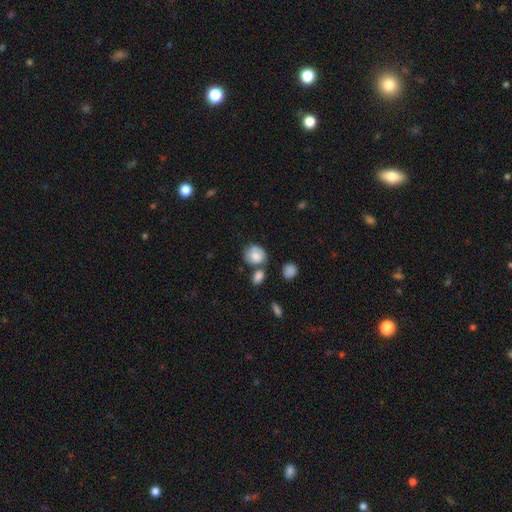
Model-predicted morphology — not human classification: smooth-or-featured: smooth: 79% | featured or disk: 14% | star or artifact: 8%
  how-rounded: round: 63% | in between: 36% | cigar-shaped: 1%
  merging: none: 49% | merger: 24% | minor disturbance: 19% | major disturbance: 7%